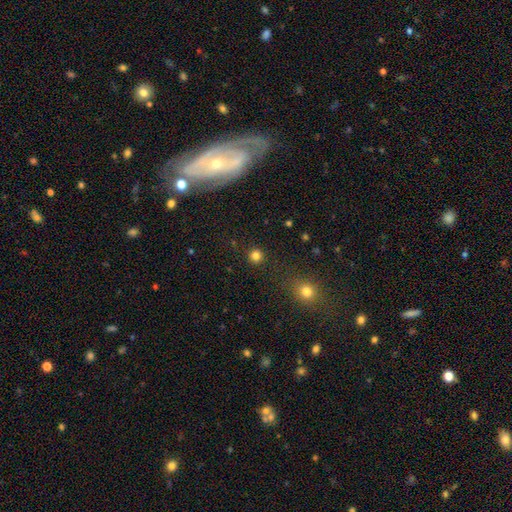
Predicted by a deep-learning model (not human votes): Smooth or featured? smooth (82%)
How rounded? round (94%)
Merging? none (91%)